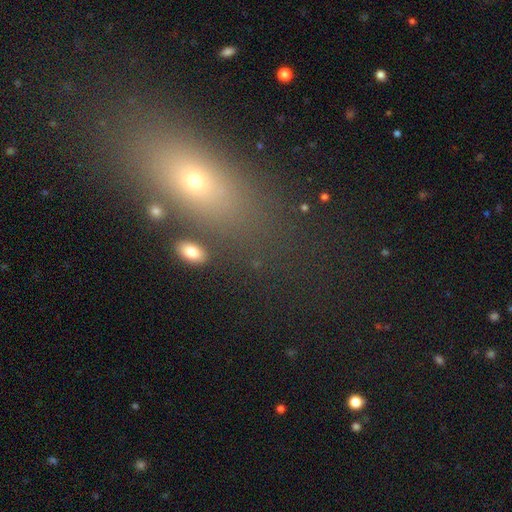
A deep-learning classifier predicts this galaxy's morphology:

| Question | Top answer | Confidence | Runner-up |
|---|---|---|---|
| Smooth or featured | smooth | 55% | star or artifact (27%) |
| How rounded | in between | 62% | cigar-shaped (21%) |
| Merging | none | 79% | minor disturbance (10%) |